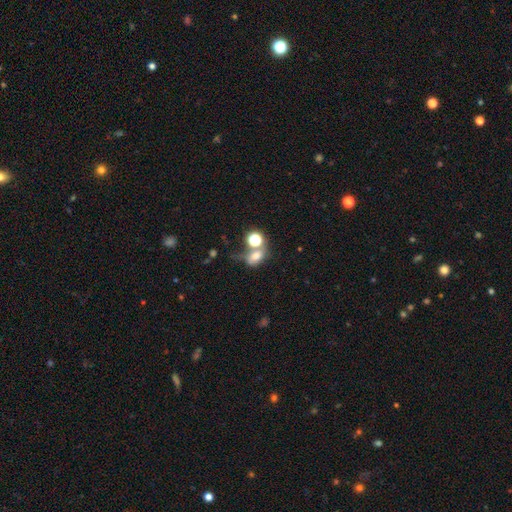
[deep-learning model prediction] Smooth or featured? Predicted: smooth (p=0.66). How rounded? Predicted: in between (p=0.64). Merging? Predicted: none (p=0.35).